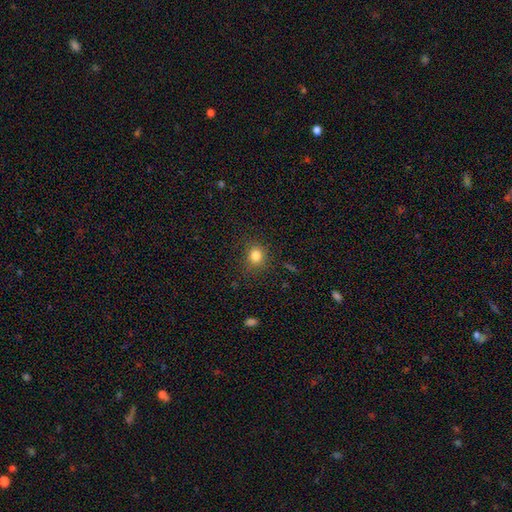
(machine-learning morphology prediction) Smooth or featured?
  - smooth: 82% *
  - star or artifact: 12%
  - featured or disk: 5%
How rounded?
  - round: 74% *
  - in between: 25%
  - cigar-shaped: 1%
Merging?
  - none: 84% *
  - minor disturbance: 11%
  - major disturbance: 4%
  - merger: 1%